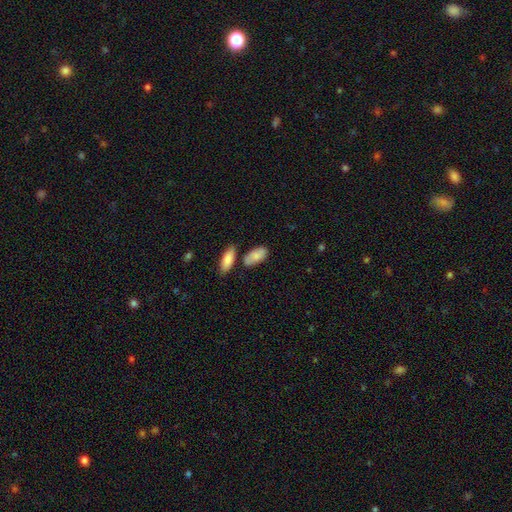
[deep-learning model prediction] Smooth or featured?
  - smooth: 84% *
  - featured or disk: 10%
  - star or artifact: 6%
How rounded?
  - in between: 91% *
  - cigar-shaped: 6%
  - round: 3%
Merging?
  - none: 62% *
  - minor disturbance: 18%
  - merger: 15%
  - major disturbance: 4%